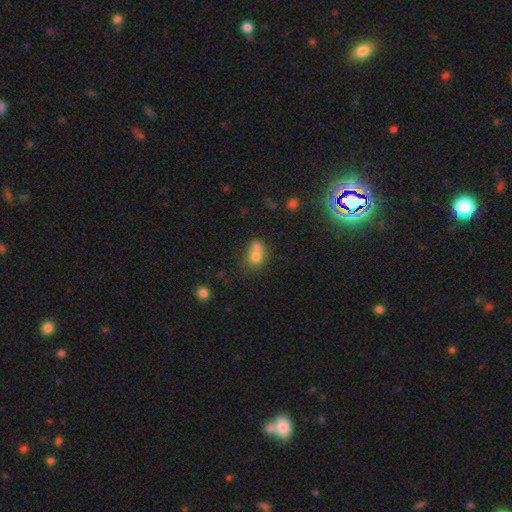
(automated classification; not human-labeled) smooth-or-featured: smooth: 73% | featured or disk: 15% | star or artifact: 12%
  how-rounded: round: 57% | in between: 42% | cigar-shaped: 1%
  merging: merger: 52% | none: 30% | minor disturbance: 12% | major disturbance: 6%